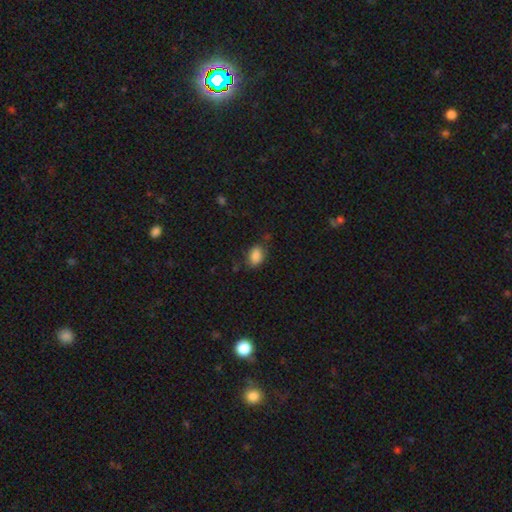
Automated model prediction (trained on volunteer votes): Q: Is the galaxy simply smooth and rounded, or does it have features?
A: smooth — 86%.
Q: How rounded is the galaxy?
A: in between — 85%.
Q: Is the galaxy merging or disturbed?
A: none — 66%.